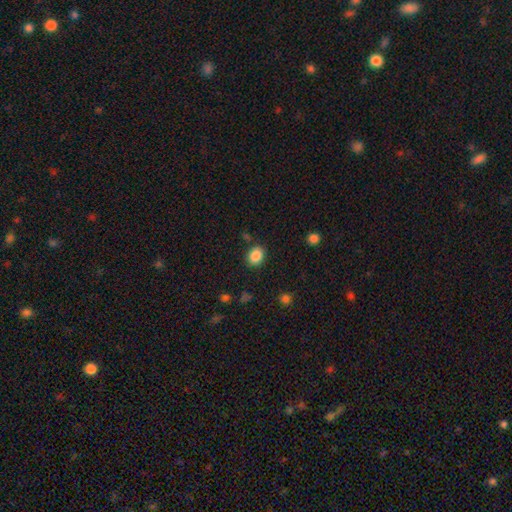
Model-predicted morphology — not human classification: Q: Smooth or featured?
A: smooth (87%); runner-up: star or artifact (9%)
Q: How rounded?
A: in between (51%); runner-up: round (48%)
Q: Merging?
A: none (85%); runner-up: minor disturbance (9%)